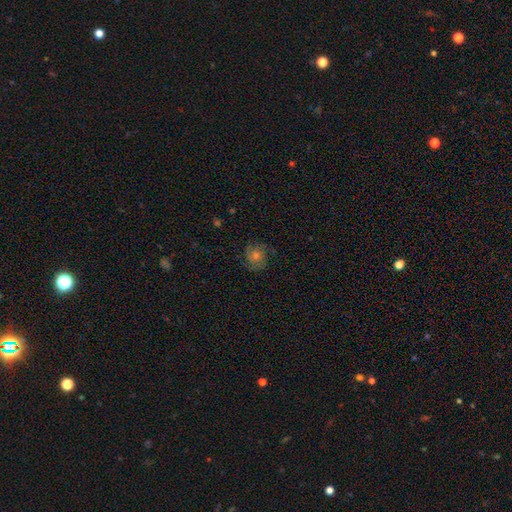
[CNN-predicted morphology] Q: Smooth or featured?
A: featured or disk (52%); runner-up: smooth (31%)
Q: Edge-on disk?
A: no (97%); runner-up: yes (3%)
Q: Bar?
A: no (80%); runner-up: weak (16%)
Q: Spiral arms?
A: yes (89%); runner-up: no (11%)
Q: Bulge size?
A: moderate (51%); runner-up: small (41%)
Q: Merging?
A: none (79%); runner-up: minor disturbance (14%)